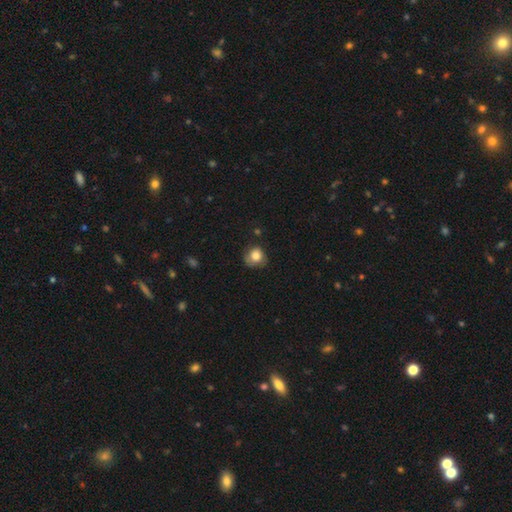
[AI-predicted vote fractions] Morphology: type=smooth (78%); roundness=round (79%); merging=none (64%).